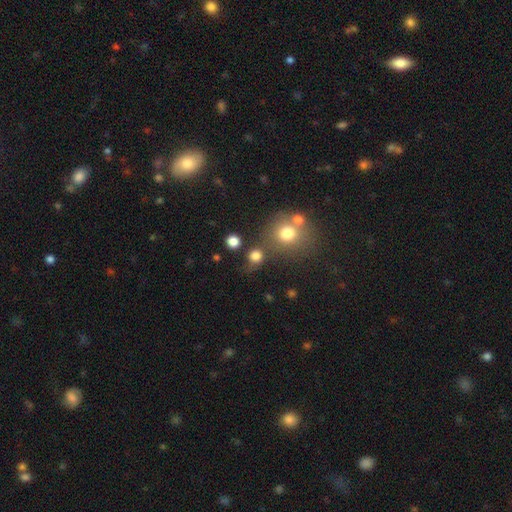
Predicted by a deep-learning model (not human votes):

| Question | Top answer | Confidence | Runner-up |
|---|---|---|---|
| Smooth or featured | smooth | 78% | star or artifact (15%) |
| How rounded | round | 86% | in between (13%) |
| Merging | none | 61% | merger (16%) |